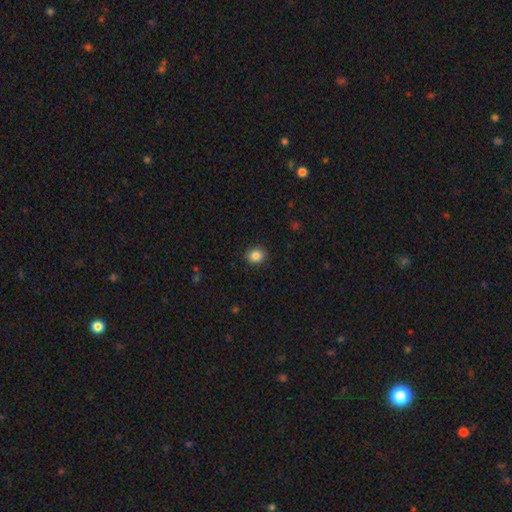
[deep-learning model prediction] Morphology: type=smooth (86%); roundness=round (76%); merging=none (89%).